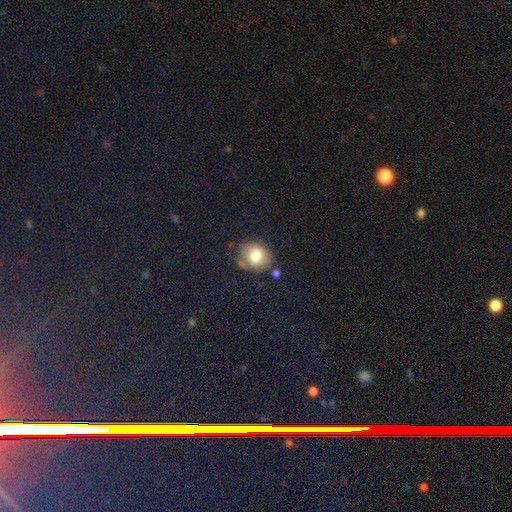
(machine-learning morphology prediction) smooth_or_featured: smooth (p=0.75) [alt: featured or disk p=0.14]
how_rounded: round (p=0.60) [alt: in between p=0.39]
merging: none (p=0.70) [alt: minor disturbance p=0.18]